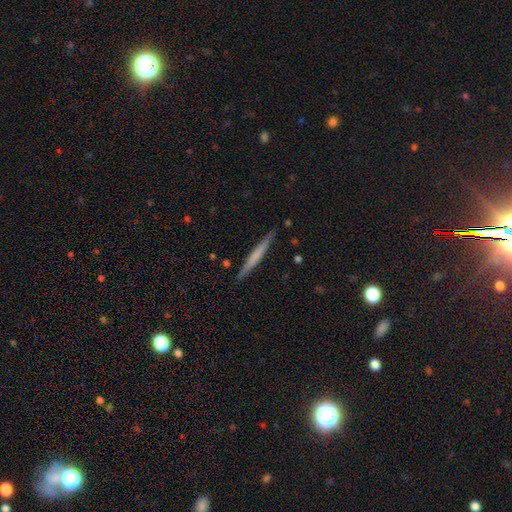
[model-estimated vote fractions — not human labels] Overall: smooth (52%; featured or disk 42%). How rounded: cigar-shaped (96%). Merging: none (89%).